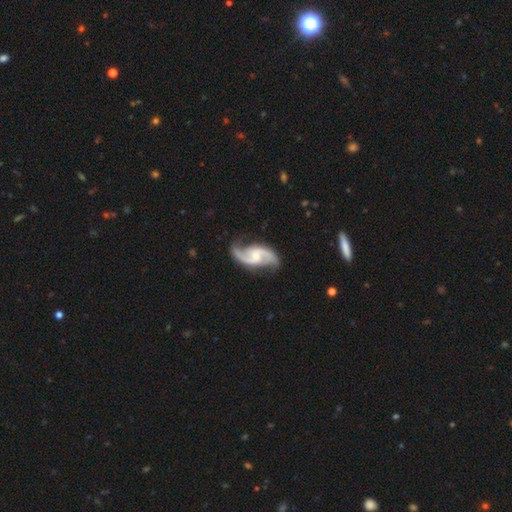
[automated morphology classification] Smooth or featured? featured or disk (91%)
Edge-on disk? no (97%)
Bar? no (44%)
Spiral arms? yes (98%)
Spiral winding? loose (54%)
Spiral arm count? 2 (94%)
Bulge size? small (53%)
Merging? none (77%)